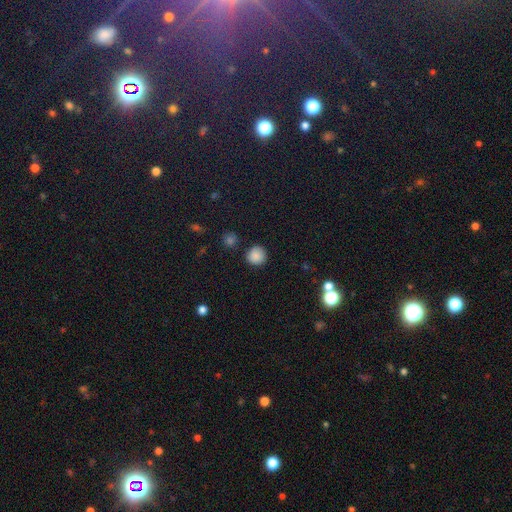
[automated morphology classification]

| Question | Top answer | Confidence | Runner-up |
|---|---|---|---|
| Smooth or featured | smooth | 85% | star or artifact (11%) |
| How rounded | round | 94% | in between (5%) |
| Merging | none | 88% | minor disturbance (7%) |